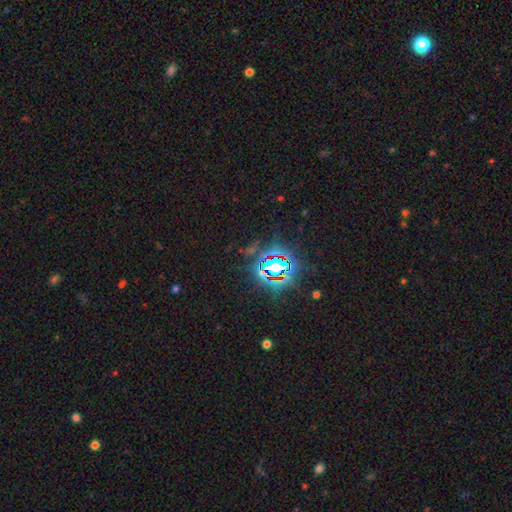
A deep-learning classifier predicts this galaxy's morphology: type=star or artifact (84%).